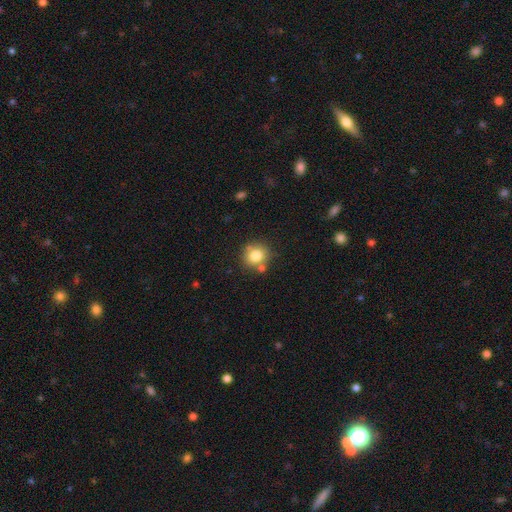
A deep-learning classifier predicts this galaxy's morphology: type=smooth (80%); roundness=round (84%); merging=none (73%).